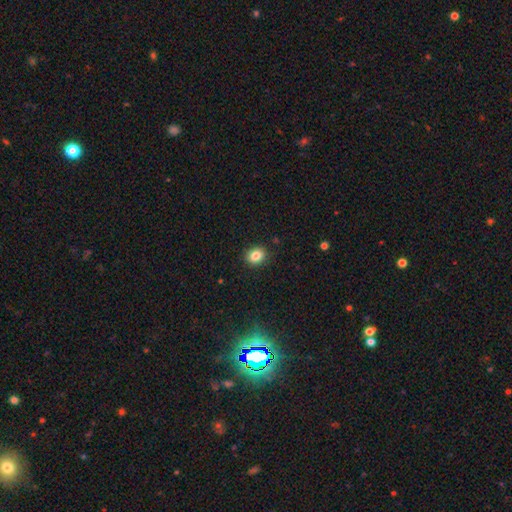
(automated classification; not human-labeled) The model was most divided on "how rounded": round: 56%, in between: 43%, cigar-shaped: 1%. More confident: merging — none (89%); smooth or featured — smooth (84%).